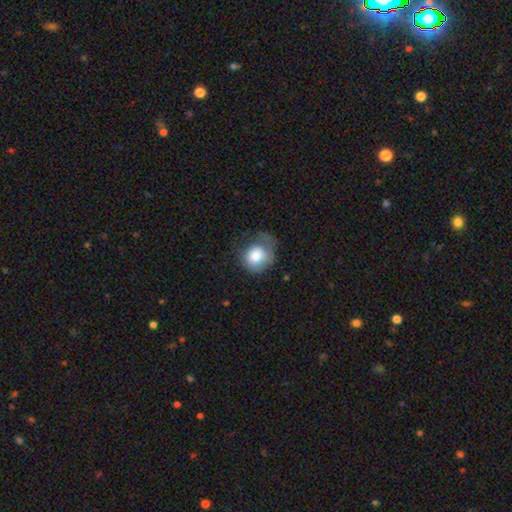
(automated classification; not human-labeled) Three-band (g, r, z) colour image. It shows a smooth galaxy with no disk features (76%) that is round (75%). Merging: none (37%).